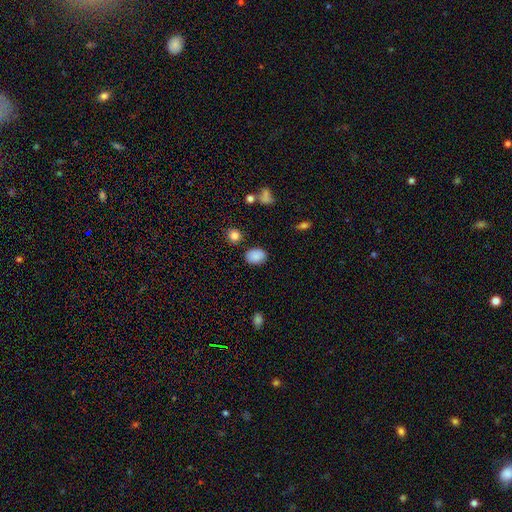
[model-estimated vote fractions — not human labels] Overall: smooth (86%). How rounded: in between (76%). Merging: none (83%).